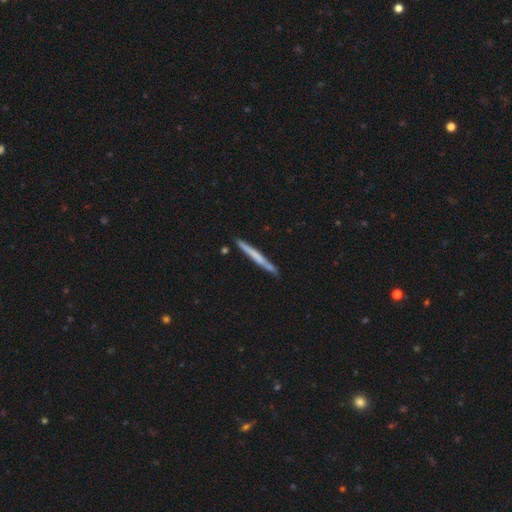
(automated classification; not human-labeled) smooth_or_featured: smooth (p=0.51) [alt: featured or disk p=0.43]
how_rounded: cigar-shaped (p=0.97) [alt: in between p=0.02]
merging: none (p=0.85) [alt: minor disturbance p=0.11]